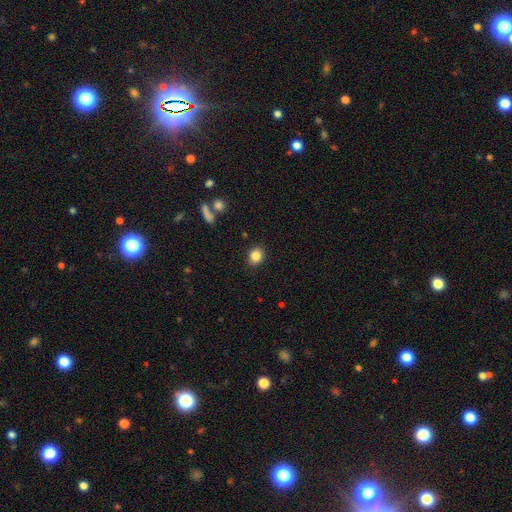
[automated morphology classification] Smooth or featured: smooth — 84% (star or artifact — 10%)
How rounded: round — 69% (in between — 30%)
Merging: none — 88% (minor disturbance — 8%)